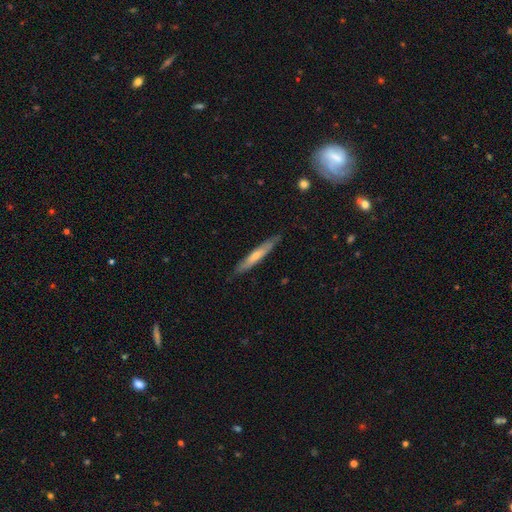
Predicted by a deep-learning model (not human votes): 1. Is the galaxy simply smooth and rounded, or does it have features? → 55% smooth, 39% featured or disk, 5% star or artifact.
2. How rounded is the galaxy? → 93% cigar-shaped, 6% in between, 1% round.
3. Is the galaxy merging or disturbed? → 83% none, 13% minor disturbance, 2% major disturbance, 1% merger.